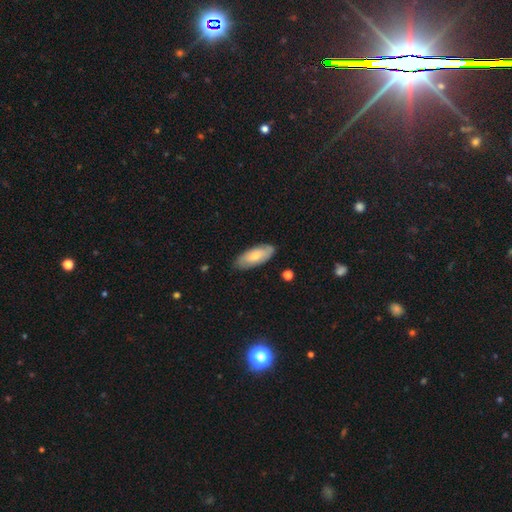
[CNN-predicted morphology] Smooth or featured: smooth — 71% (featured or disk — 23%)
How rounded: in between — 83% (cigar-shaped — 16%)
Merging: none — 82% (minor disturbance — 14%)